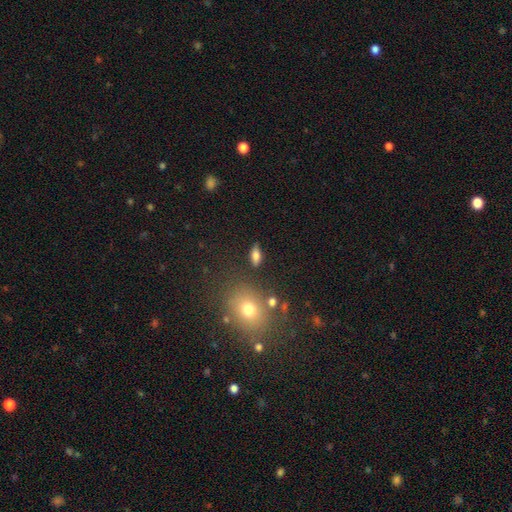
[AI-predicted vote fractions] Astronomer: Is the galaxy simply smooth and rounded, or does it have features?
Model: smooth — 76%.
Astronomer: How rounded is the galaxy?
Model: in between — 78%.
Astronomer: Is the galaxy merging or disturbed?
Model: none — 81%.